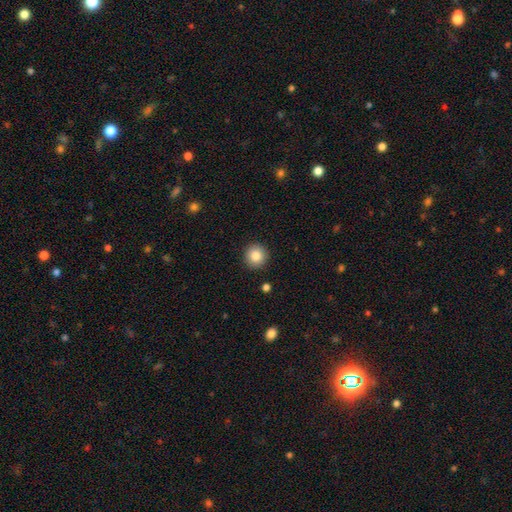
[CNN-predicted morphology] A smooth galaxy with no disk features (86%) that is round (94%). Merging: none (92%).